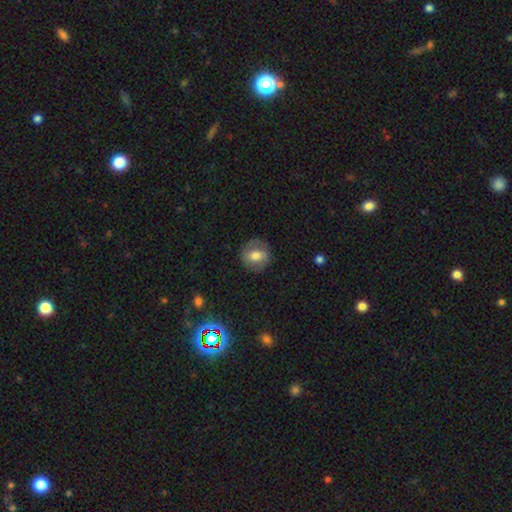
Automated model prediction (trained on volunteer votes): Overall: smooth (59%; featured or disk 32%). How rounded: round (80%). Merging: none (83%).